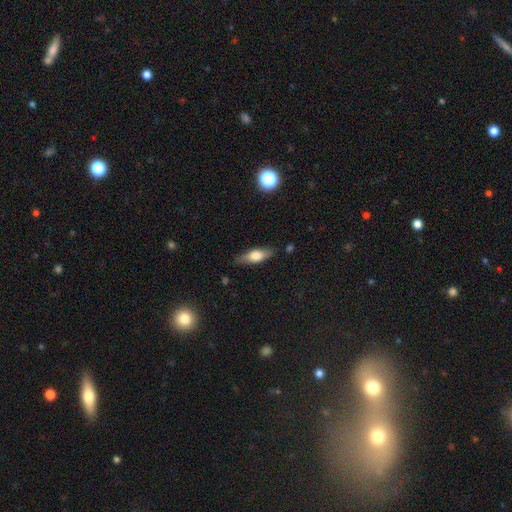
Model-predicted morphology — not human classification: smooth 57%, featured or disk 35%, star or artifact 7%. Down the decision tree: how rounded — in between (57%); merging — none (81%).